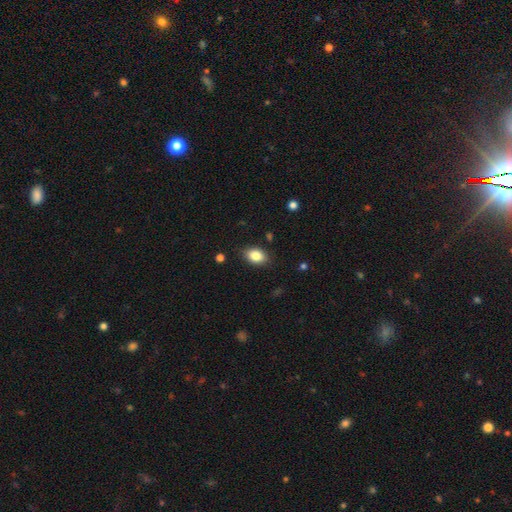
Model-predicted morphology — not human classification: Q: Smooth or featured?
A: smooth (85%); runner-up: star or artifact (8%)
Q: How rounded?
A: in between (80%); runner-up: round (19%)
Q: Merging?
A: none (85%); runner-up: minor disturbance (12%)